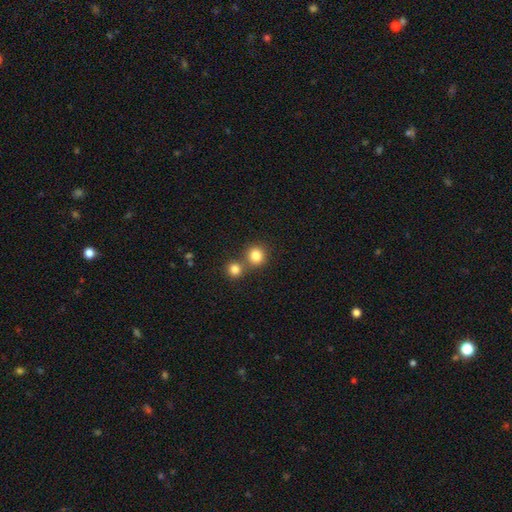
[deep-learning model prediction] A smooth galaxy with no disk features (83%) that is round (88%).

Vote fractions:
- Smooth or featured? smooth: 83% / star or artifact: 11% / featured or disk: 6%
- How rounded? round: 88% / in between: 11% / cigar-shaped: 1%
- Merging? none: 64% / merger: 27% / minor disturbance: 7% / major disturbance: 3%